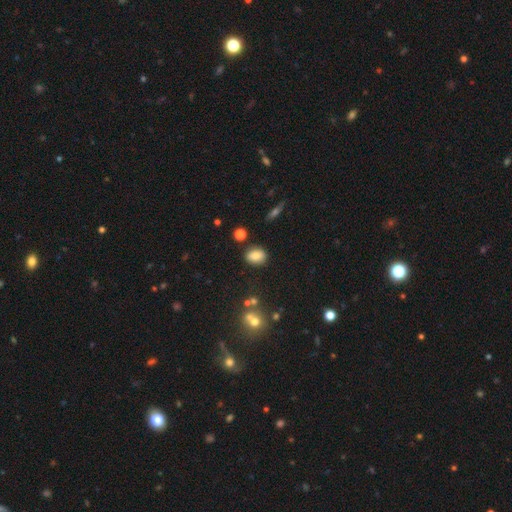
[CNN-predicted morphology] This appears to be a smooth galaxy with no disk features (79%) that is in between round and cigar-shaped (66%). Merging: none (84%).